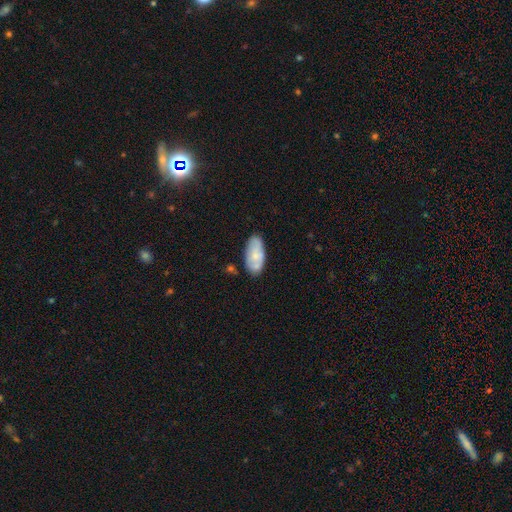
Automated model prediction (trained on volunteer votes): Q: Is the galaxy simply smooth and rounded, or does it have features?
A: smooth — 67%.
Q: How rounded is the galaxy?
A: in between — 92%.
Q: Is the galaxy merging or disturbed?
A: none — 69%.